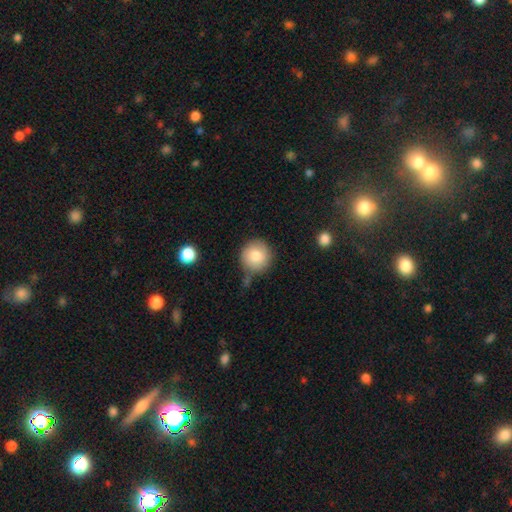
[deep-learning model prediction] A smooth galaxy with no disk features (84%) that is round (94%).

Vote fractions:
- Smooth or featured? smooth: 84% / featured or disk: 8% / star or artifact: 8%
- How rounded? round: 94% / in between: 5% / cigar-shaped: 1%
- Merging? none: 71% / minor disturbance: 18% / merger: 7% / major disturbance: 5%